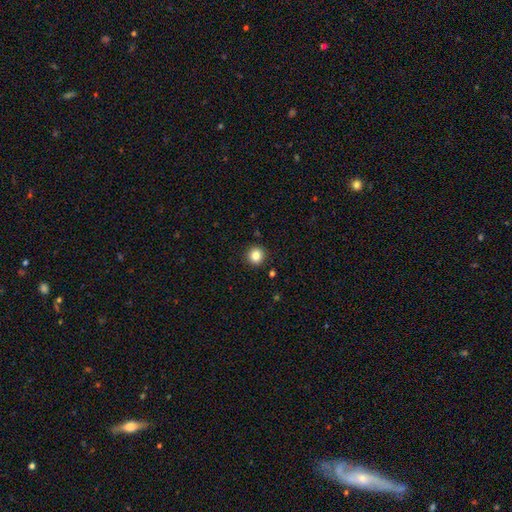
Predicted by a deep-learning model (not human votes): Smooth or featured?
  - smooth: 84% *
  - star or artifact: 10%
  - featured or disk: 5%
How rounded?
  - round: 94% *
  - in between: 5%
  - cigar-shaped: 1%
Merging?
  - none: 92% *
  - minor disturbance: 5%
  - major disturbance: 2%
  - merger: 1%